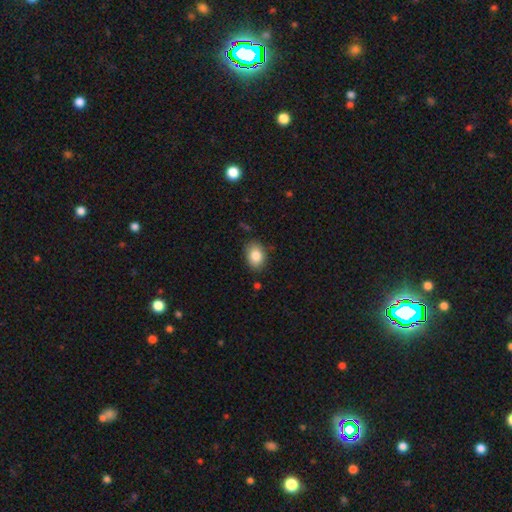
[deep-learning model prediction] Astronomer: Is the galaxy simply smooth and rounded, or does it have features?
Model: smooth — 85%.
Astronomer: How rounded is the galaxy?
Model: in between — 76%.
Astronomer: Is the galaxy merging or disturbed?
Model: none — 81%.